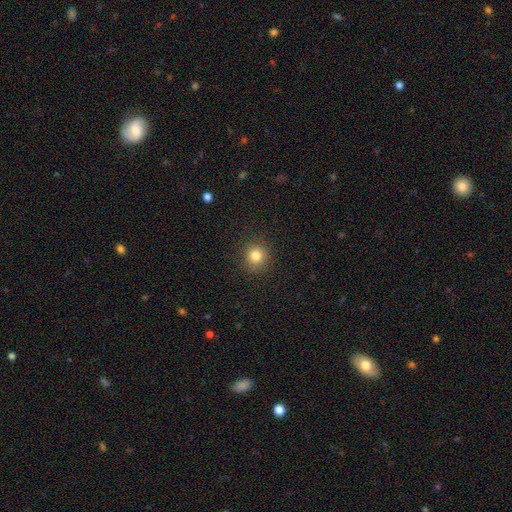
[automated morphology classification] smooth-or-featured: smooth: 81% | star or artifact: 13% | featured or disk: 6%
  how-rounded: round: 91% | in between: 8% | cigar-shaped: 1%
  merging: none: 90% | minor disturbance: 7% | major disturbance: 2% | merger: 1%